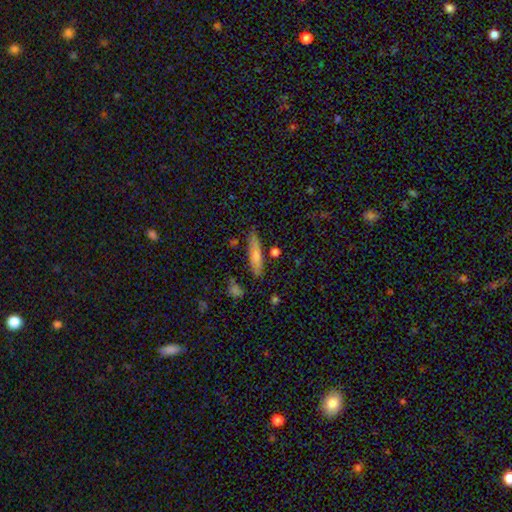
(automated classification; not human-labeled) smooth-or-featured: smooth: 69% | featured or disk: 23% | star or artifact: 8%
  how-rounded: cigar-shaped: 78% | in between: 20% | round: 2%
  merging: none: 80% | minor disturbance: 13% | merger: 4% | major disturbance: 3%